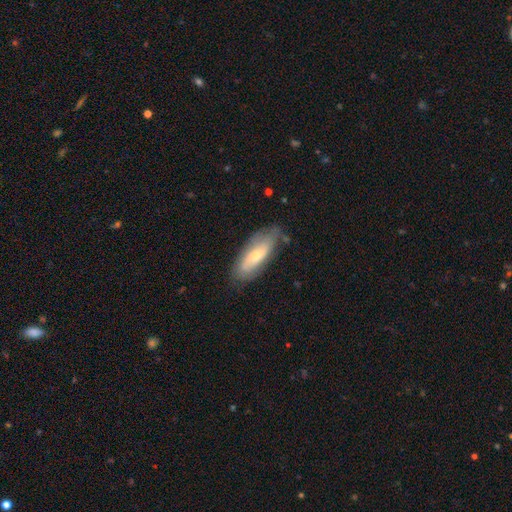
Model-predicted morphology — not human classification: Smooth or featured? Predicted: smooth (p=0.50). How rounded? Predicted: in between (p=0.71). Merging? Predicted: none (p=0.70).